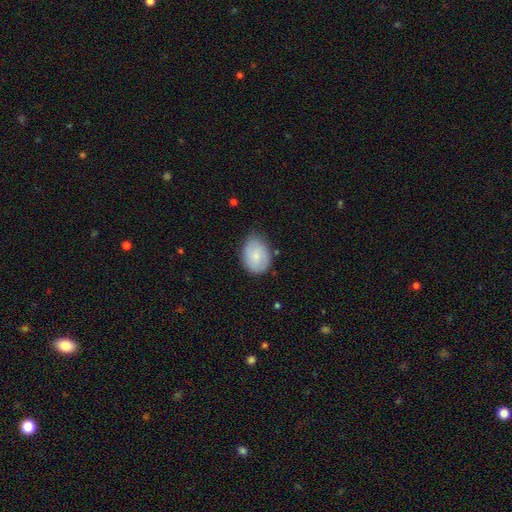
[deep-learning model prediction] This is likely a smooth galaxy (73%). How rounded: likely in between (69%). Merging: likely none (66%).